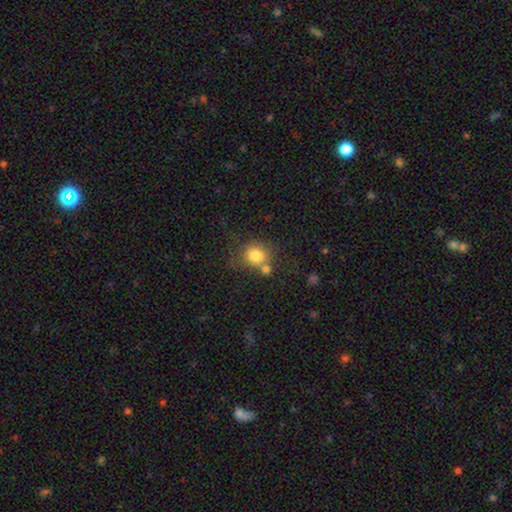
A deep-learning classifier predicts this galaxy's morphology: The model was most divided on "merging": none: 53%, merger: 27%, minor disturbance: 14%, major disturbance: 6%. More confident: smooth or featured — smooth (81%); how rounded — round (80%).